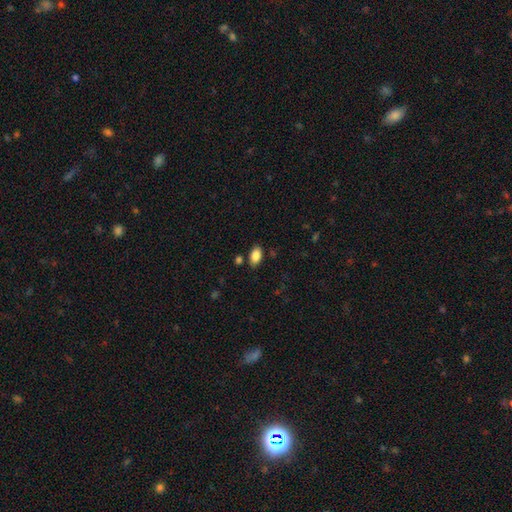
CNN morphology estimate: Overall: smooth (87%). How rounded: in between (92%). Merging: none (82%).